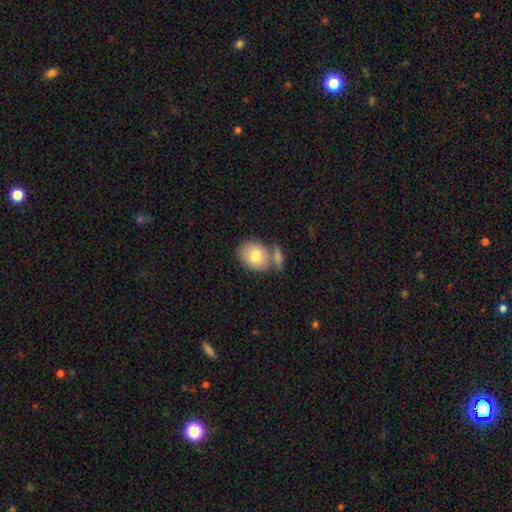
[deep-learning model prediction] The model was most divided on "how rounded": in between: 53%, round: 46%, cigar-shaped: 1%. More confident: smooth or featured — smooth (79%); merging — none (50%).